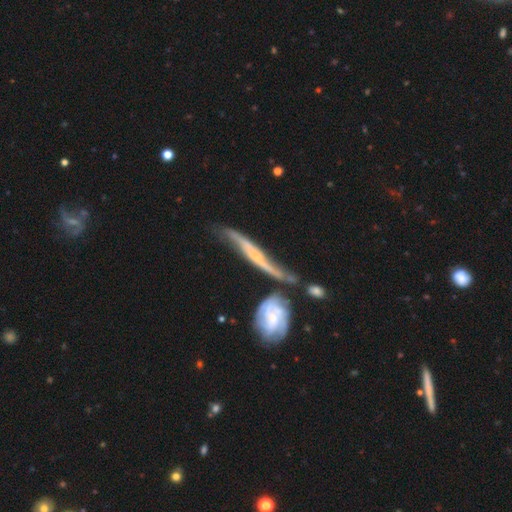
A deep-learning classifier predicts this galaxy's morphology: Smooth or featured: featured or disk — 76% (smooth — 19%)
Edge-on disk: yes — 59% (no — 41%)
Merging: none — 39% (minor disturbance — 25%)